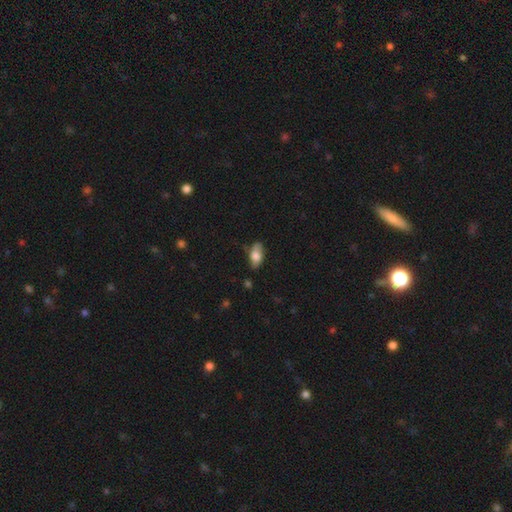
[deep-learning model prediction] Overall: smooth (68%). How rounded: in between (89%). Merging: none (64%; minor disturbance 26%).